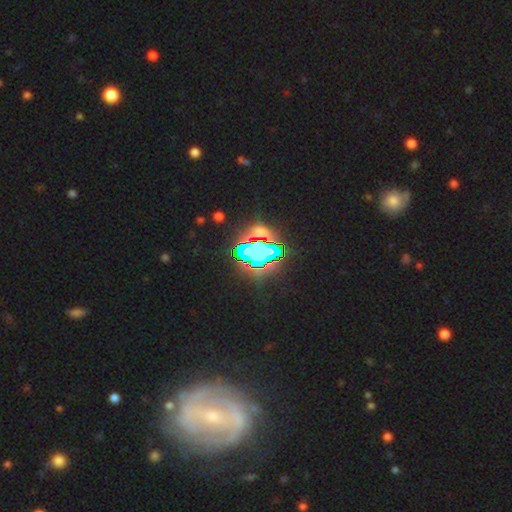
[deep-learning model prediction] This appears to be a star or artifact, not a galaxy (68%).